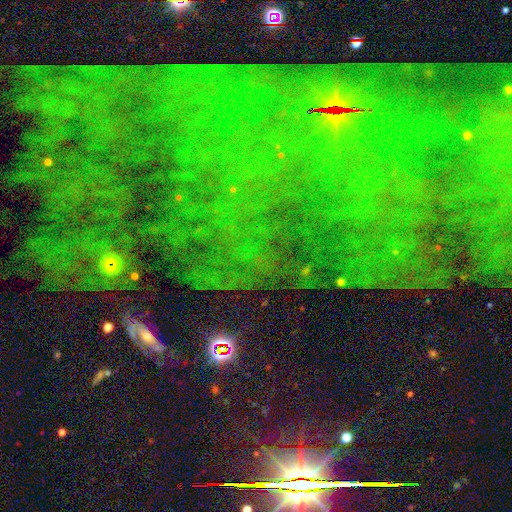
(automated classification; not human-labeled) Q: Smooth or featured?
A: star or artifact (78%); runner-up: smooth (11%)